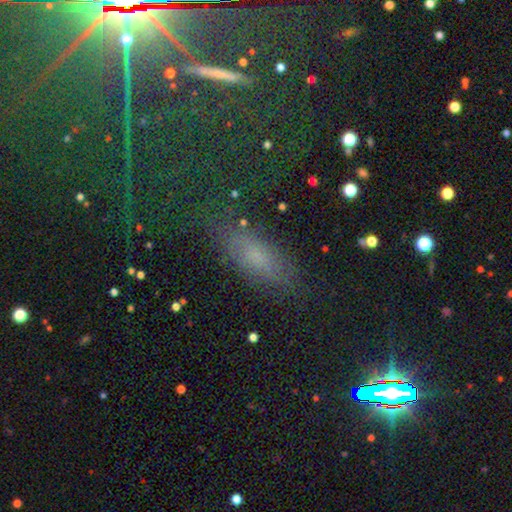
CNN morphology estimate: Smooth or featured? smooth (55%)
How rounded? in between (65%)
Merging? none (79%)